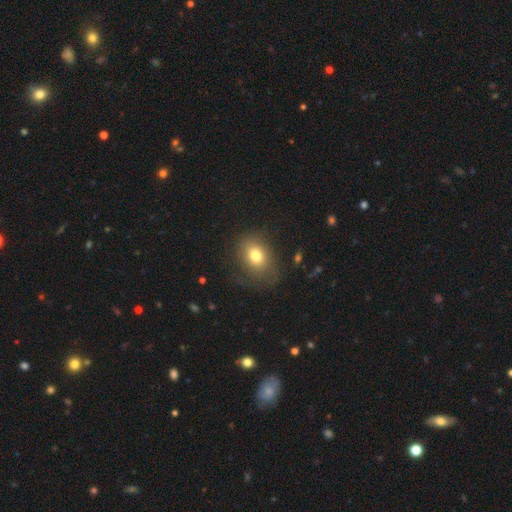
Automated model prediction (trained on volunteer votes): A smooth galaxy with no disk features (76%) that is in between round and cigar-shaped (60%). Merging: none (69%).